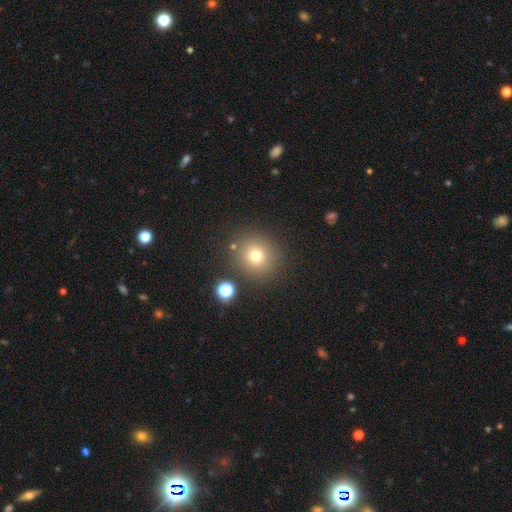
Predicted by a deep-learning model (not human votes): Overall: smooth (74%). How rounded: round (90%). Merging: none (84%).